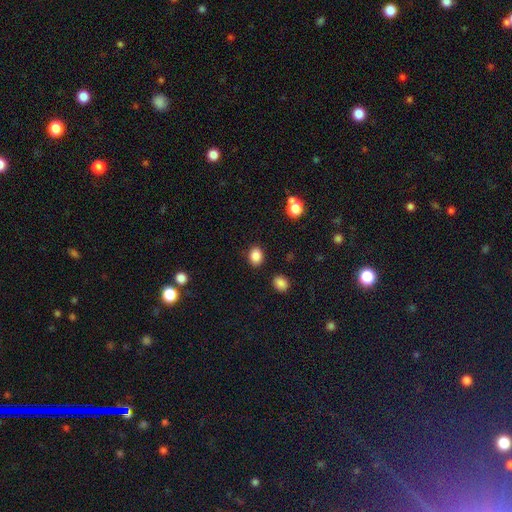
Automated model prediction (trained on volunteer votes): Smooth or featured? Predicted: smooth (p=0.86). How rounded? Predicted: in between (p=0.57). Merging? Predicted: none (p=0.86).